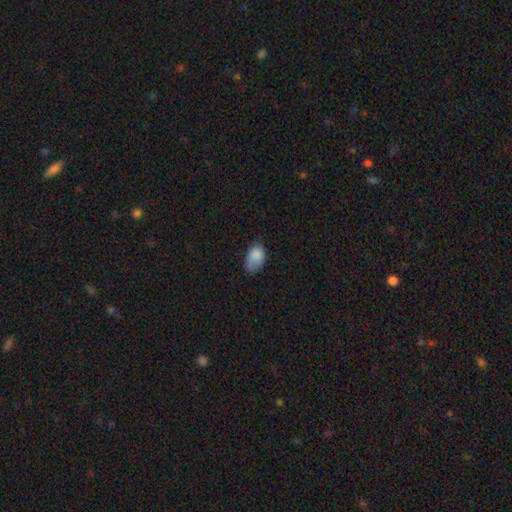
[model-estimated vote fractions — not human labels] smooth 82%, featured or disk 10%, star or artifact 8%. Down the decision tree: how rounded — in between (89%); merging — none (50%).